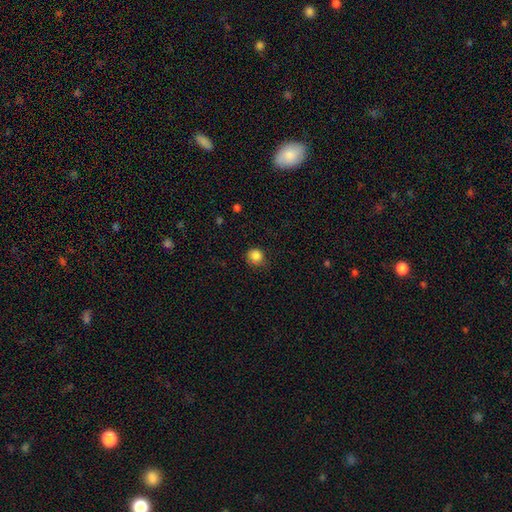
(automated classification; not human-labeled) smooth-or-featured: smooth: 86% | star or artifact: 10% | featured or disk: 4%
  how-rounded: round: 83% | in between: 16% | cigar-shaped: 1%
  merging: none: 74% | minor disturbance: 20% | major disturbance: 5% | merger: 1%